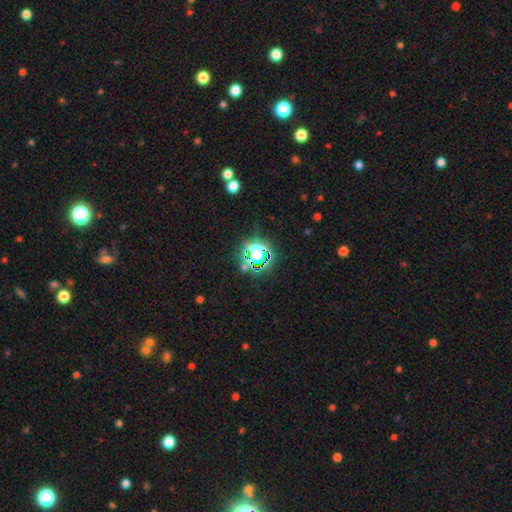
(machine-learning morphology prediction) The model was most divided on "smooth or featured": star or artifact: 65%, smooth: 24%, featured or disk: 10%.